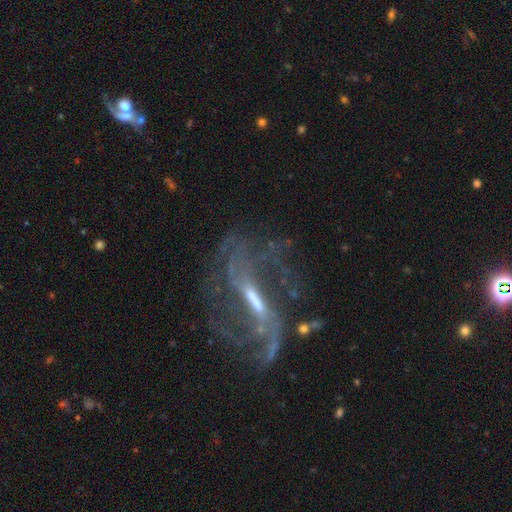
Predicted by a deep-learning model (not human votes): Morphology: type=featured or disk (83%); edge-on=no (88%); bar=strong (48%); spiral arms=yes (88%); winding=loose (47%); arm count=2 (50%); bulge=small (53%); merging=none (59%).